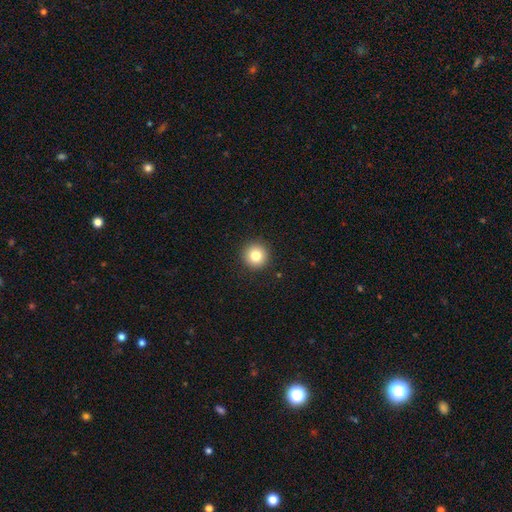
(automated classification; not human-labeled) This is clearly a smooth galaxy (80%). How rounded: clearly round (96%). Merging: clearly none (92%).